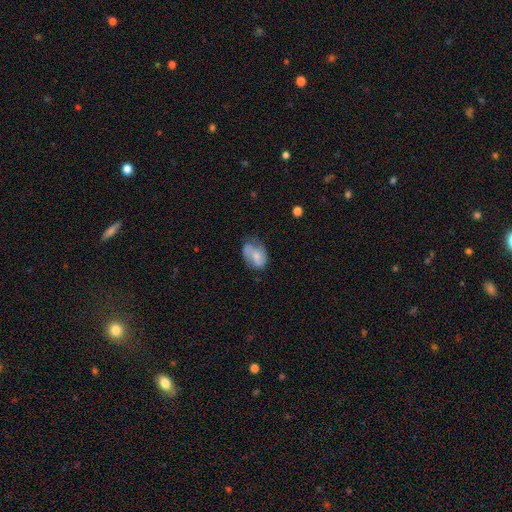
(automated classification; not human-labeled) smooth_or_featured: smooth (p=0.48) [alt: featured or disk p=0.44]
merging: none (p=0.44) [alt: minor disturbance p=0.33]